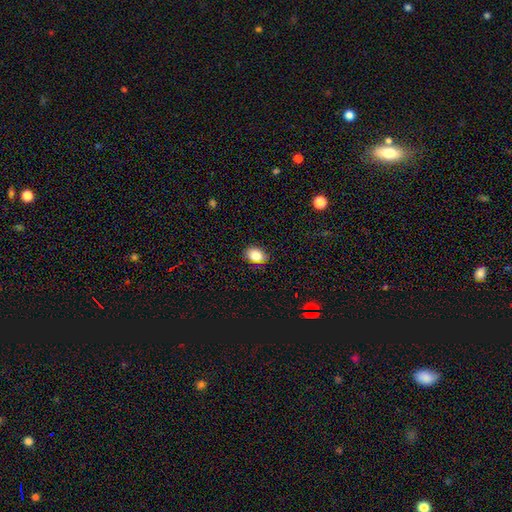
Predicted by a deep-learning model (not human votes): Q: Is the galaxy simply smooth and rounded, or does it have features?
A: smooth — 83%.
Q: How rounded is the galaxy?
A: in between — 70%.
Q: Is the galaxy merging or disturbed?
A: none — 82%.